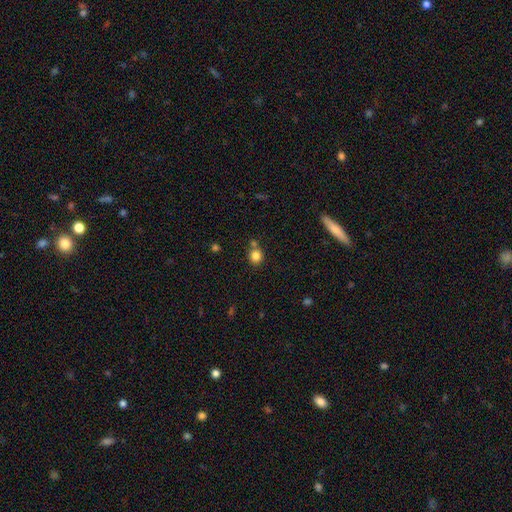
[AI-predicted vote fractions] A smooth galaxy with no disk features (83%) that is round (84%).

Vote fractions:
- Smooth or featured? smooth: 83% / star or artifact: 11% / featured or disk: 6%
- How rounded? round: 84% / in between: 15% / cigar-shaped: 1%
- Merging? none: 68% / merger: 19% / minor disturbance: 10% / major disturbance: 3%